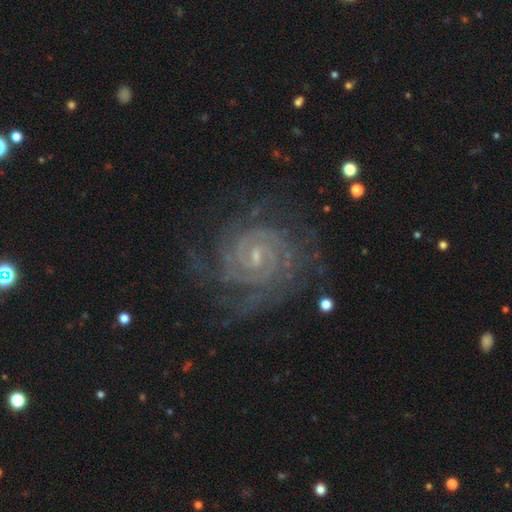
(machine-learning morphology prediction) Smooth or featured? Predicted: featured or disk (p=0.92). Edge-on disk? Predicted: no (p=0.98). Bar? Predicted: weak (p=0.51). Spiral arms? Predicted: yes (p=0.99). Spiral winding? Predicted: tight (p=0.81). Spiral arm count? Predicted: 2 (p=0.55). Bulge size? Predicted: small (p=0.74). Merging? Predicted: none (p=0.75).